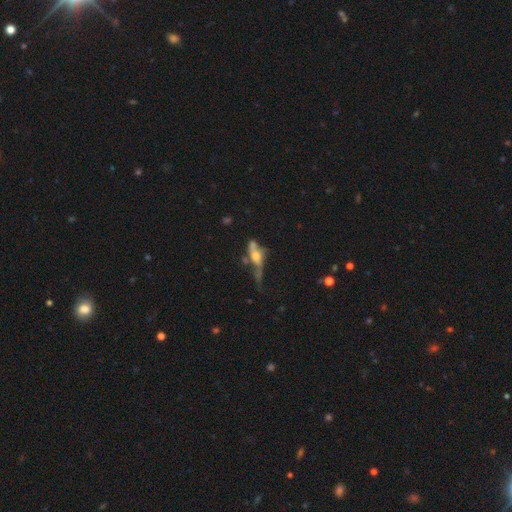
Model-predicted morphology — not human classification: Smooth or featured? featured or disk (55%)
Edge-on disk? no (58%)
Merging? major disturbance (36%)